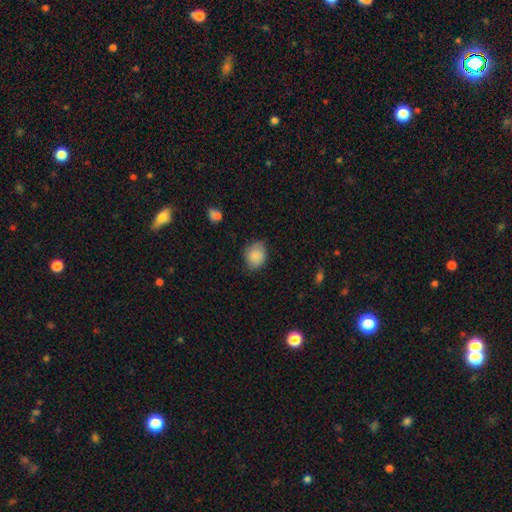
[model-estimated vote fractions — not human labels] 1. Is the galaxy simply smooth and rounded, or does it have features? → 86% smooth, 8% star or artifact, 7% featured or disk.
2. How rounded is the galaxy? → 53% round, 46% in between, 1% cigar-shaped.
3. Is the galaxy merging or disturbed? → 68% none, 26% minor disturbance, 5% major disturbance, 1% merger.